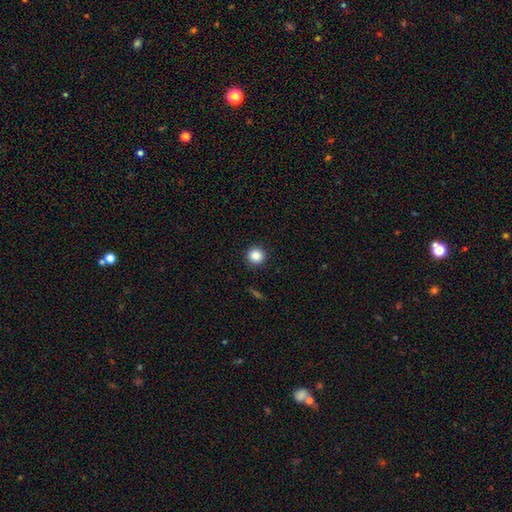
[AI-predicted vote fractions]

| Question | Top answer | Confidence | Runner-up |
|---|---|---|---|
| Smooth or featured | smooth | 86% | star or artifact (10%) |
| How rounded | round | 94% | in between (5%) |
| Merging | none | 92% | minor disturbance (5%) |